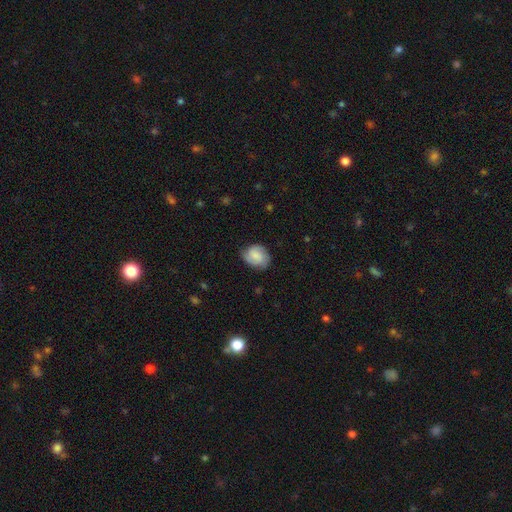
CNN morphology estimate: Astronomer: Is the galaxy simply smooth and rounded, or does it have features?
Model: smooth — 62%.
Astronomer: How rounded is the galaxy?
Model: in between — 52% (runner-up: round, 46%).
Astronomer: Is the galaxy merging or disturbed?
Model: none — 68%.